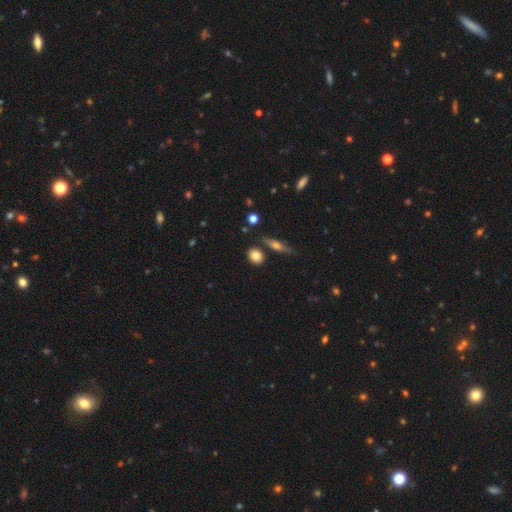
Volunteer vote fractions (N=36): Smooth or featured? smooth (92%)
How rounded? round (82%)
Merging? none (91%)